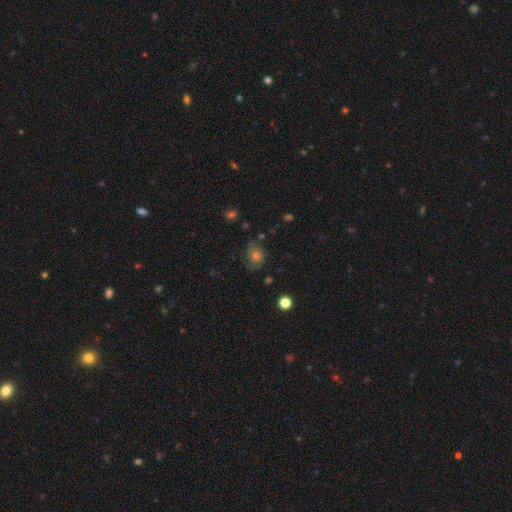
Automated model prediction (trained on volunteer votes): Smooth or featured? Predicted: smooth (p=0.43). Merging? Predicted: none (p=0.64).